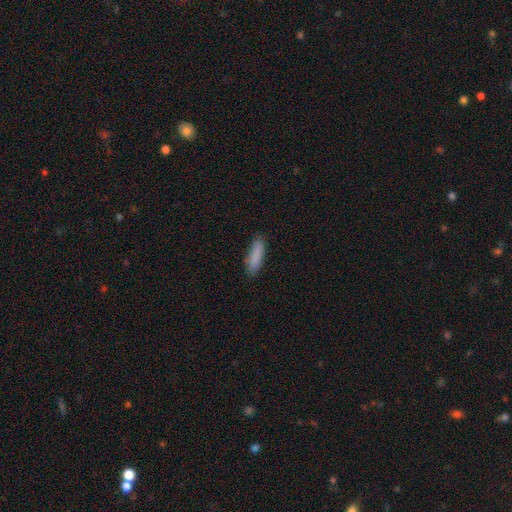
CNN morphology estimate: type=smooth (86%); roundness=cigar-shaped (62%); merging=none (83%).